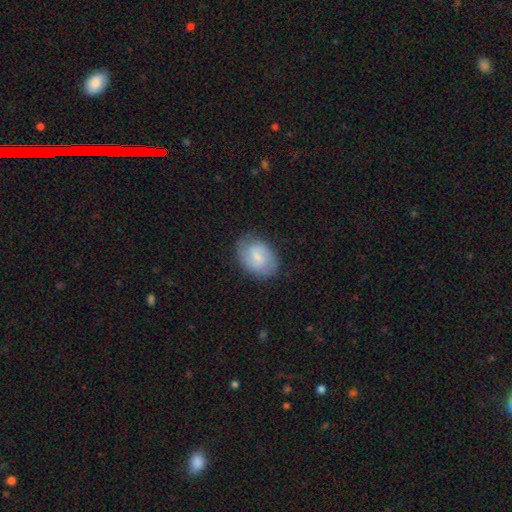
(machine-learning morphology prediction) type=featured or disk (51%); edge-on=no (97%); merging=none (79%).